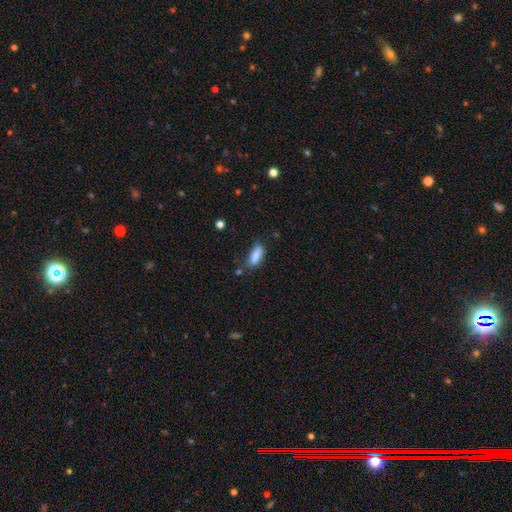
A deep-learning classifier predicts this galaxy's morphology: This appears to be a smooth galaxy with no disk features (85%) that is in between round and cigar-shaped (73%). Merging: none (66%).